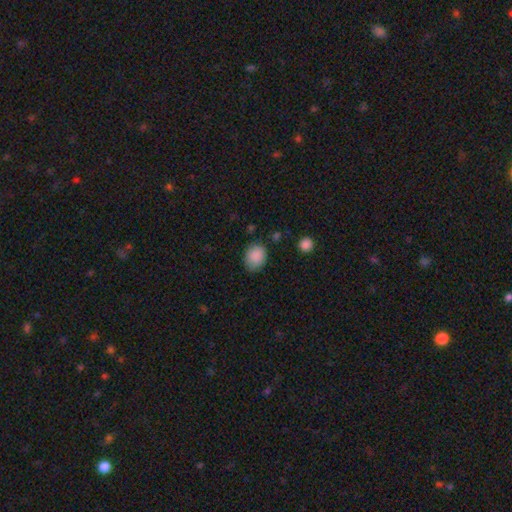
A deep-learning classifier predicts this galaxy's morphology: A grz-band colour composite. It shows a smooth galaxy with no disk features (88%) that is in between round and cigar-shaped (55%). Merging: none (74%).